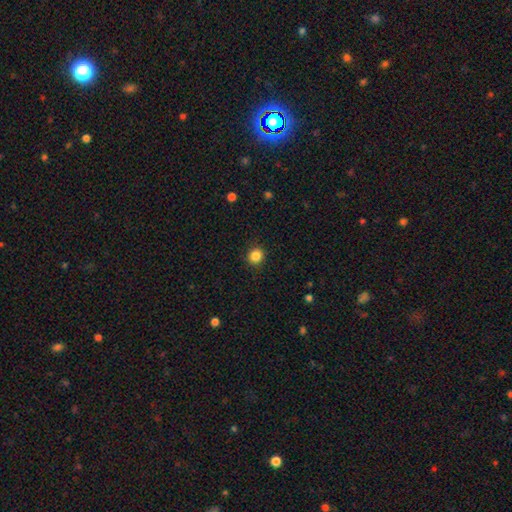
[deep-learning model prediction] smooth 86%, star or artifact 11%, featured or disk 3%. Down the decision tree: how rounded — round (89%); merging — none (91%).